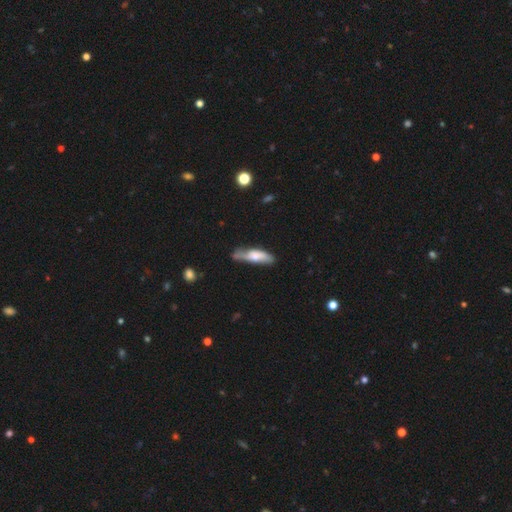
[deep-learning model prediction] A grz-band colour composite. It shows a smooth galaxy with no disk features (55%) that is cigar-shaped (61%). Merging: none (57%).